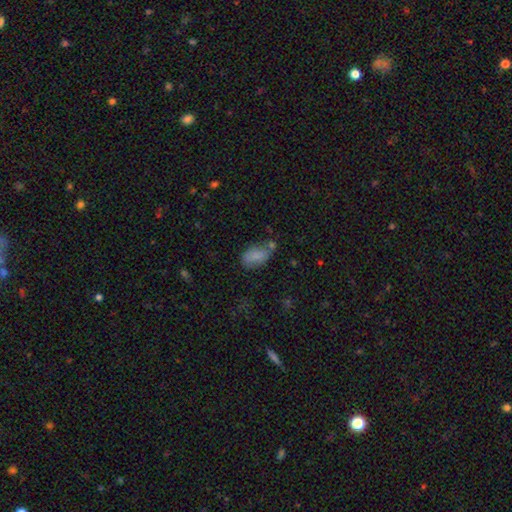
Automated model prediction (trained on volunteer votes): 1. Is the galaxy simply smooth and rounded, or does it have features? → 79% smooth, 11% featured or disk, 10% star or artifact.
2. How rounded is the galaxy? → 91% in between, 6% round, 2% cigar-shaped.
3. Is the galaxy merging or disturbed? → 52% none, 24% minor disturbance, 15% merger, 9% major disturbance.